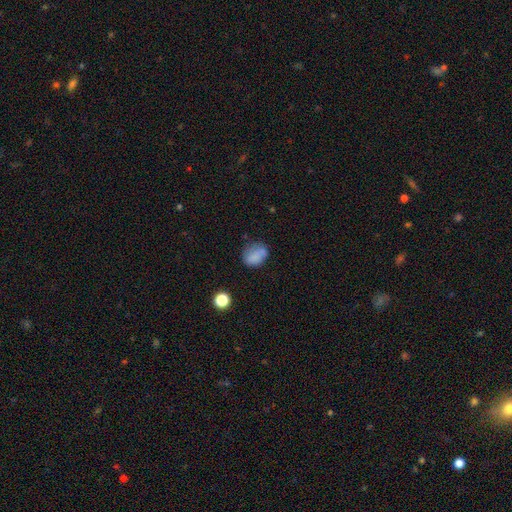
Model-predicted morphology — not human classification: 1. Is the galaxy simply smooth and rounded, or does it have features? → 77% smooth, 11% star or artifact, 11% featured or disk.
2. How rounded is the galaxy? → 57% in between, 41% round, 1% cigar-shaped.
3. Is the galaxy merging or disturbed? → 56% none, 28% minor disturbance, 10% major disturbance, 7% merger.